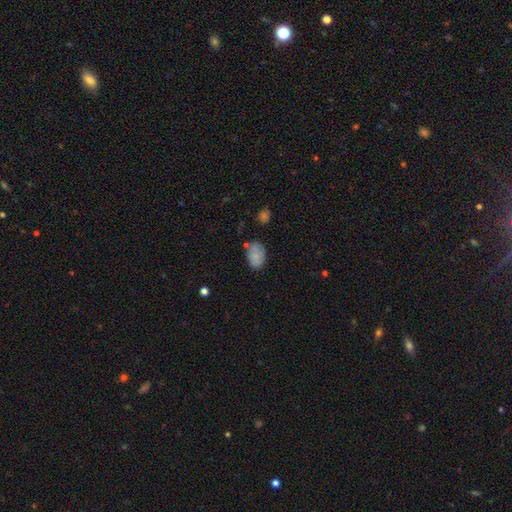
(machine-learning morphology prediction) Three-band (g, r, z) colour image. It shows a smooth galaxy with no disk features (78%) that is in between round and cigar-shaped (86%). Merging: none (65%).